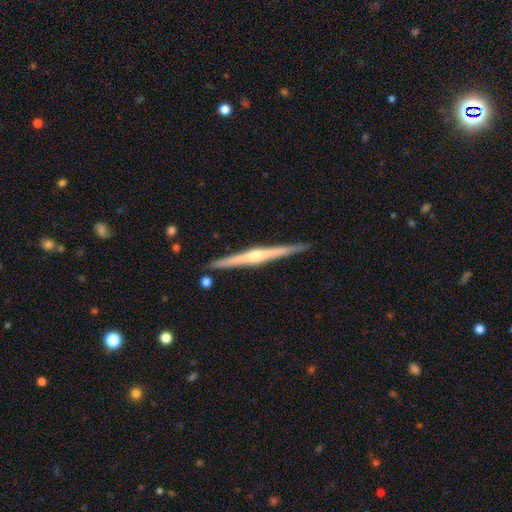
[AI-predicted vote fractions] Overall: featured or disk (83%). Edge-on disk: yes (99%). Edge-on bulge: rounded (82%). Merging: none (91%).